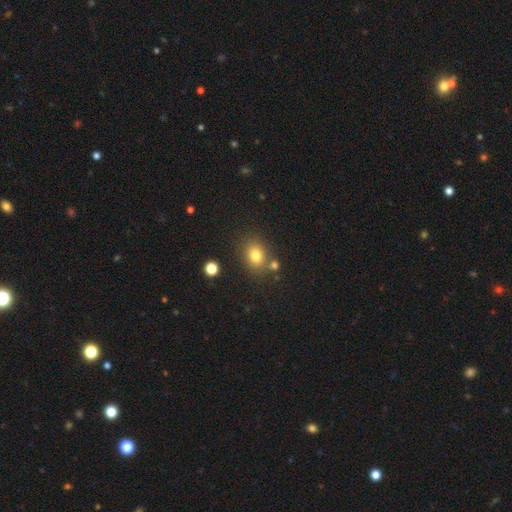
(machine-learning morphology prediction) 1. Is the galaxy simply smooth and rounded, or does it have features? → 79% smooth, 13% star or artifact, 9% featured or disk.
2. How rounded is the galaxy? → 50% in between, 49% round, 1% cigar-shaped.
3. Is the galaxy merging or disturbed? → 71% none, 13% merger, 12% minor disturbance, 4% major disturbance.